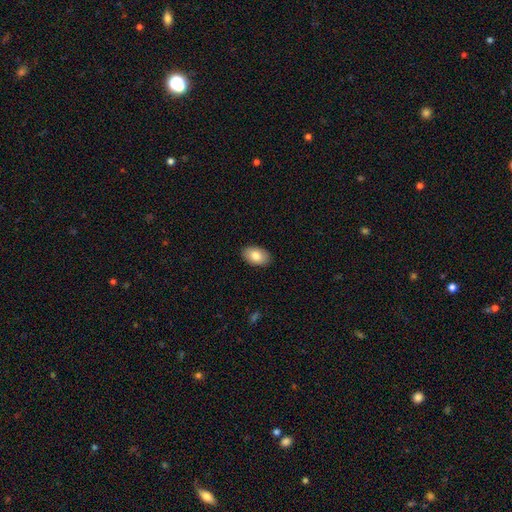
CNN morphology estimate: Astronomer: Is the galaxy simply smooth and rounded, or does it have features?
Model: smooth — 82%.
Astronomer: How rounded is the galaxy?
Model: in between — 93%.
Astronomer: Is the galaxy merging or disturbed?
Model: none — 90%.